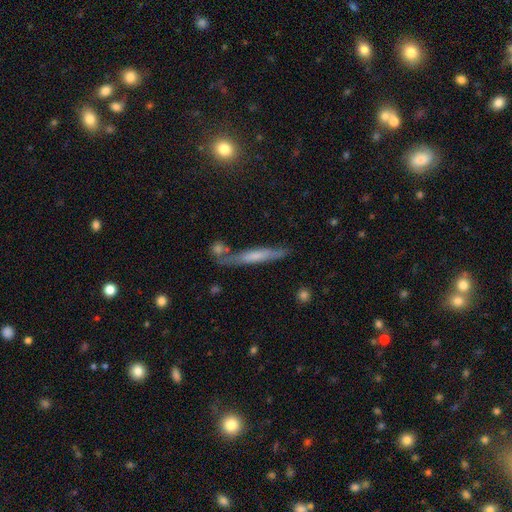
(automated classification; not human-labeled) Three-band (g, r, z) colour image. It shows a smooth galaxy with no disk features (49%). Merging: none (68%).